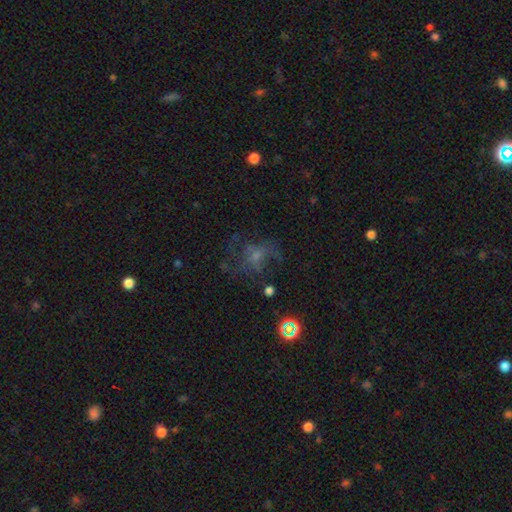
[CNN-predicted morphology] Smooth or featured? Predicted: featured or disk (p=0.45). Merging? Predicted: none (p=0.53).